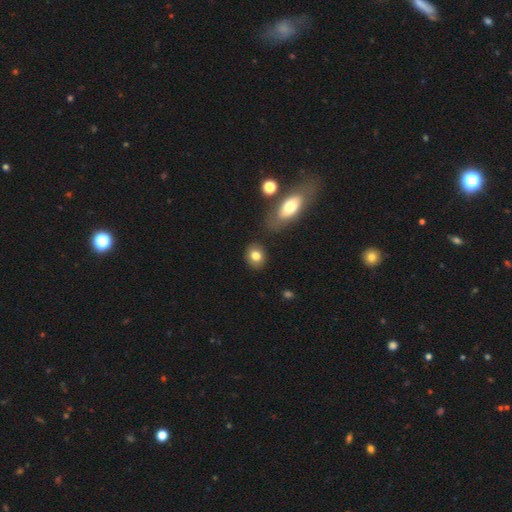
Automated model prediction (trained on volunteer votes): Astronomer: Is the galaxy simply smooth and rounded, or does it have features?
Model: smooth — 80%.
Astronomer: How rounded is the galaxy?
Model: round — 50% (runner-up: in between, 49%).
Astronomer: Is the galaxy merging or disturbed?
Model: none — 81%.